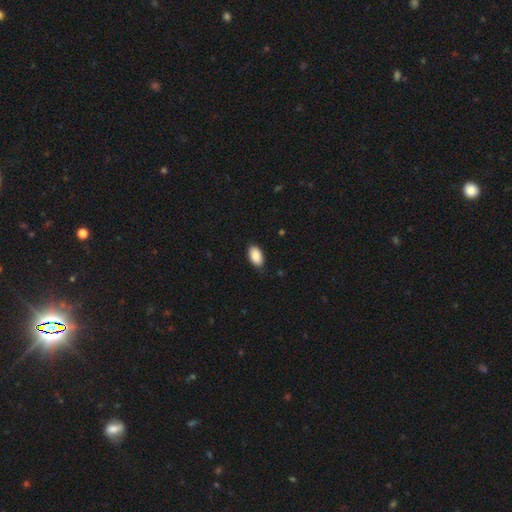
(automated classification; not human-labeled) smooth_or_featured: smooth (p=0.90) [alt: star or artifact p=0.06]
how_rounded: in between (p=0.94) [alt: round p=0.05]
merging: none (p=0.84) [alt: minor disturbance p=0.12]